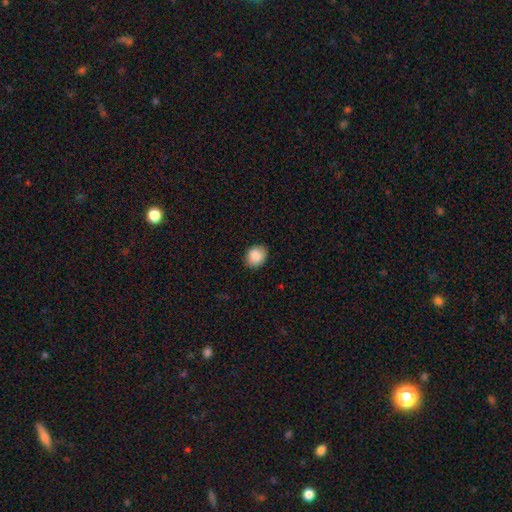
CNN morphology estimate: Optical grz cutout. It shows a smooth galaxy with no disk features (88%) that is round (50%). Merging: none (84%).